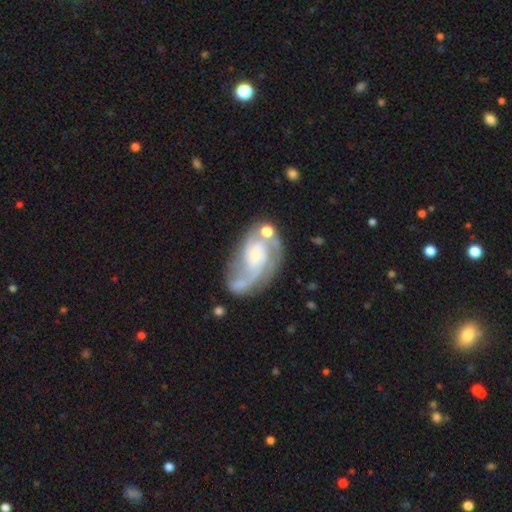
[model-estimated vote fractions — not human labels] Smooth or featured?
  - featured or disk: 82% *
  - smooth: 12%
  - star or artifact: 6%
Edge-on disk?
  - no: 97% *
  - yes: 3%
Bar?
  - no: 56% *
  - weak: 34%
  - strong: 9%
Spiral arms?
  - yes: 93% *
  - no: 7%
Spiral winding?
  - medium: 45% *
  - tight: 35%
  - loose: 20%
Spiral arm count?
  - 2: 52% *
  - can't tell: 16%
  - 3: 13%
  - 1: 13%
  - 4: 3%
  - more than 4: 3%
Bulge size?
  - small: 52% *
  - moderate: 23%
  - none: 18%
  - large: 6%
  - dominant: 2%
Merging?
  - none: 49% *
  - minor disturbance: 21%
  - major disturbance: 19%
  - merger: 11%